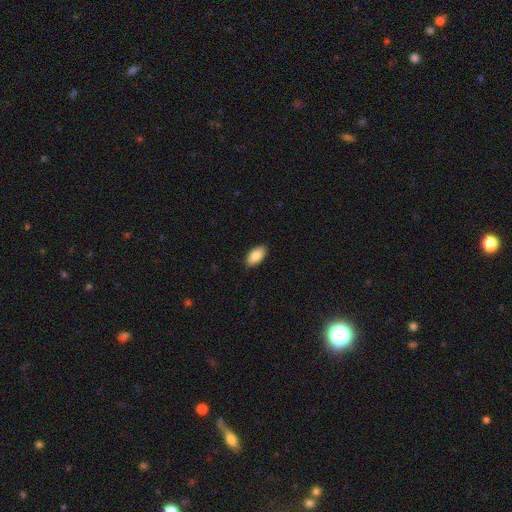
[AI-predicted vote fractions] Smooth or featured?
  - smooth: 84% *
  - featured or disk: 10%
  - star or artifact: 6%
How rounded?
  - in between: 94% *
  - cigar-shaped: 4%
  - round: 2%
Merging?
  - none: 89% *
  - minor disturbance: 8%
  - major disturbance: 2%
  - merger: 1%